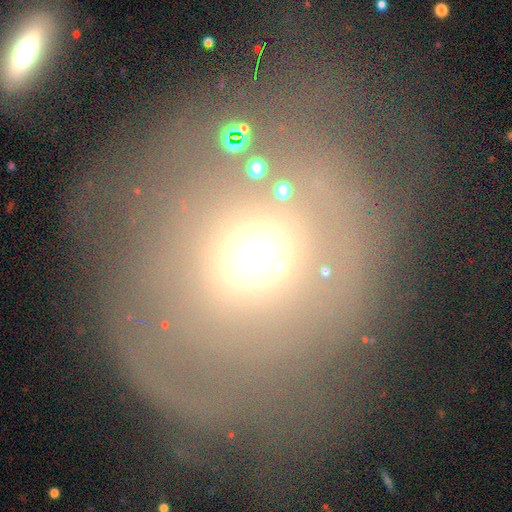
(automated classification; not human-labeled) Morphology: type=smooth (44%); merging=none (47%).